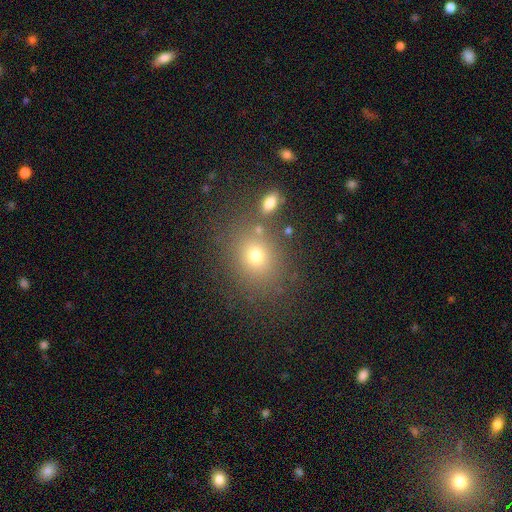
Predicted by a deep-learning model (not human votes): Smooth or featured?
  - smooth: 71% *
  - star or artifact: 17%
  - featured or disk: 12%
How rounded?
  - round: 58% *
  - in between: 41%
  - cigar-shaped: 1%
Merging?
  - none: 74% *
  - minor disturbance: 11%
  - merger: 10%
  - major disturbance: 5%